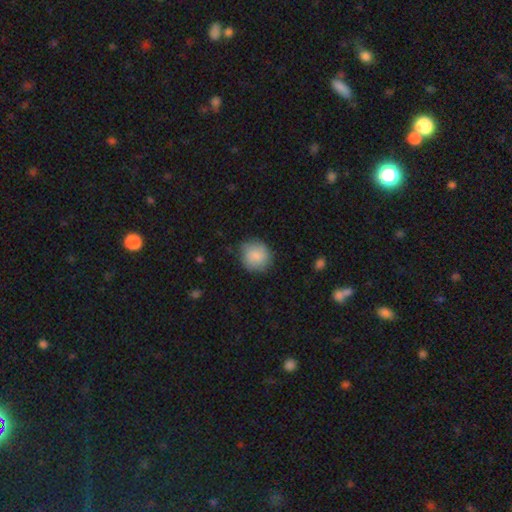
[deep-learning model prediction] Morphology: type=smooth (85%); roundness=round (88%); merging=none (76%).